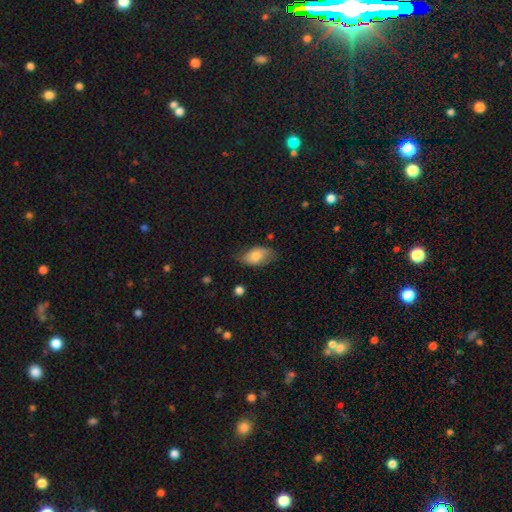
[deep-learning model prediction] Smooth or featured? smooth (74%)
How rounded? in between (91%)
Merging? none (63%)